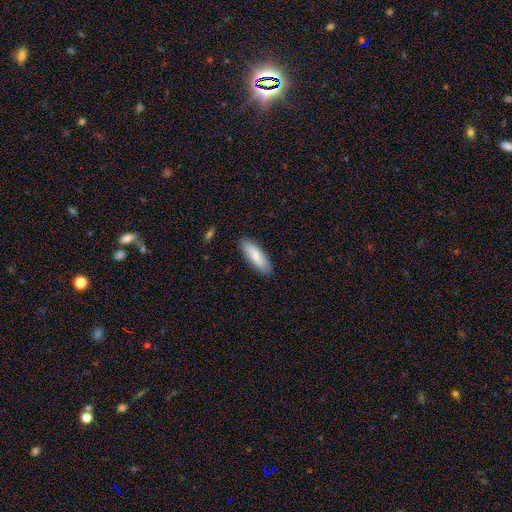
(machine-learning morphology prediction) Smooth or featured? smooth (74%)
How rounded? in between (60%)
Merging? none (87%)